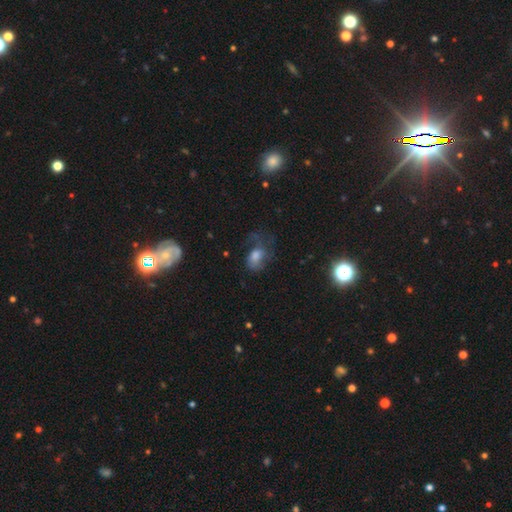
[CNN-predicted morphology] A featured or disk galaxy (42%).

Vote fractions:
- Smooth or featured? featured or disk: 42% / smooth: 39% / star or artifact: 19%
- Merging? none: 41% / major disturbance: 35% / minor disturbance: 21% / merger: 3%